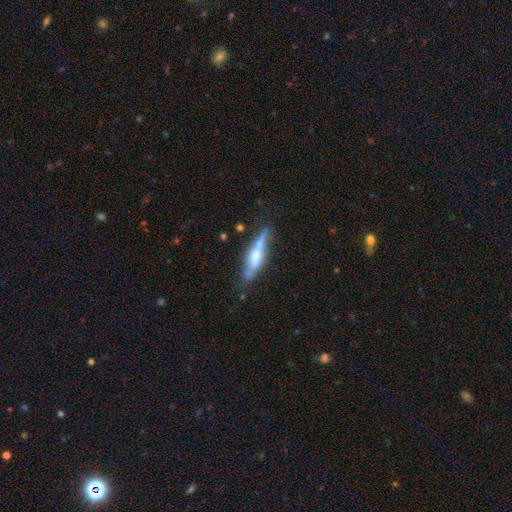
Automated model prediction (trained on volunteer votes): Smooth or featured? featured or disk (56%)
Edge-on disk? yes (80%)
Merging? none (59%)